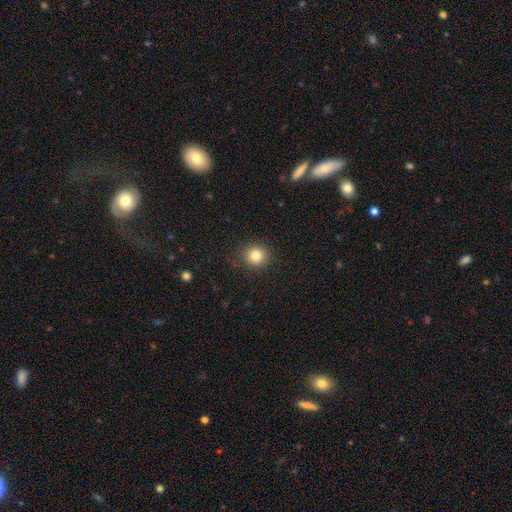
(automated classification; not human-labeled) Smooth or featured: smooth — 83% (star or artifact — 11%)
How rounded: round — 85% (in between — 14%)
Merging: none — 87% (minor disturbance — 9%)